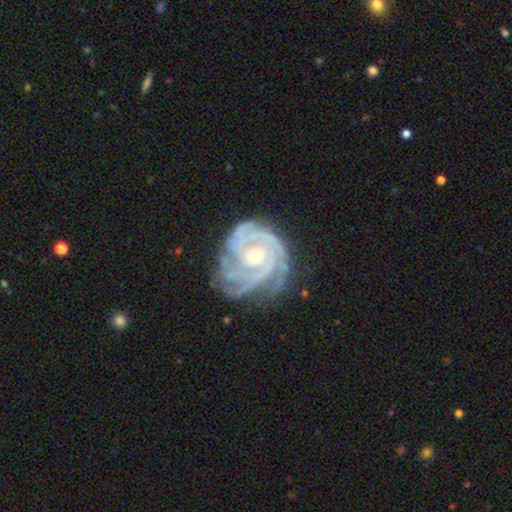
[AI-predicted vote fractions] A featured or disk galaxy (91%) with no bar (69%), 4 (29%) tight (76%) spiral arms (98%) and a small central bulge (62%). Merging: none (63%).